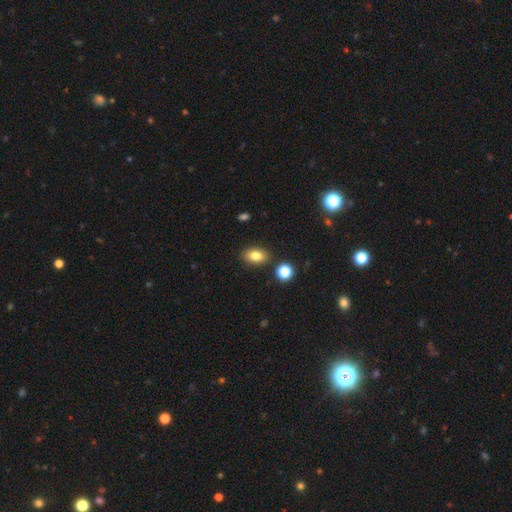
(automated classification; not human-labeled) This appears to be a smooth galaxy with no disk features (81%) that is in between round and cigar-shaped (84%). Merging: none (85%).